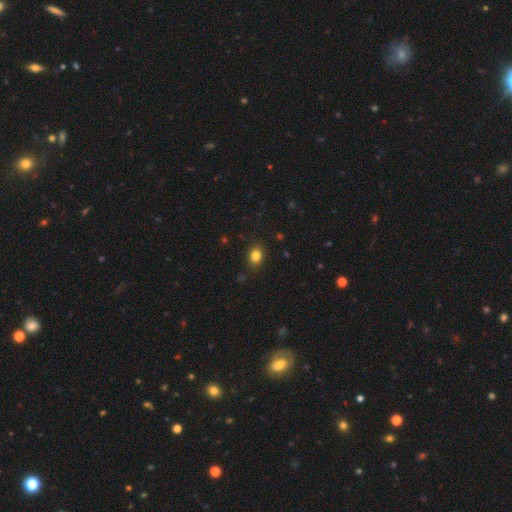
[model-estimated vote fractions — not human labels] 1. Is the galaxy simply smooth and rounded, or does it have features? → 83% smooth, 11% star or artifact, 6% featured or disk.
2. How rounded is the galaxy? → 56% in between, 43% round, 1% cigar-shaped.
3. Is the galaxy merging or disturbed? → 86% none, 10% minor disturbance, 3% major disturbance, 1% merger.